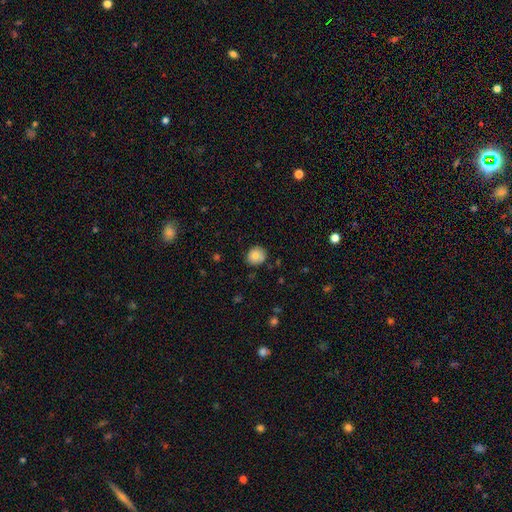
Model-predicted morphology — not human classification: A smooth galaxy with no disk features (79%) that is round (84%). Merging: none (83%).